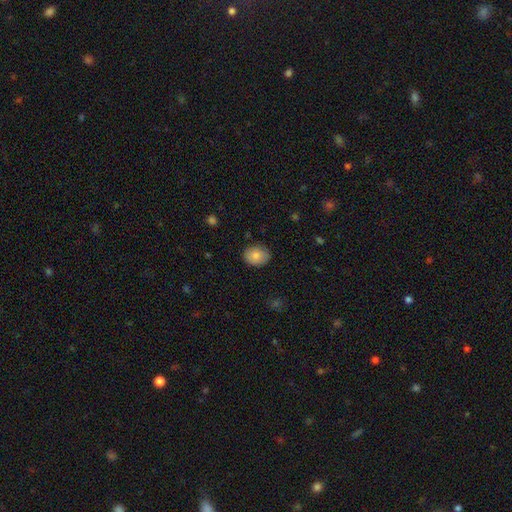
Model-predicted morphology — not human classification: Smooth or featured: smooth — 83% (featured or disk — 9%)
How rounded: in between — 62% (round — 37%)
Merging: none — 86% (minor disturbance — 11%)